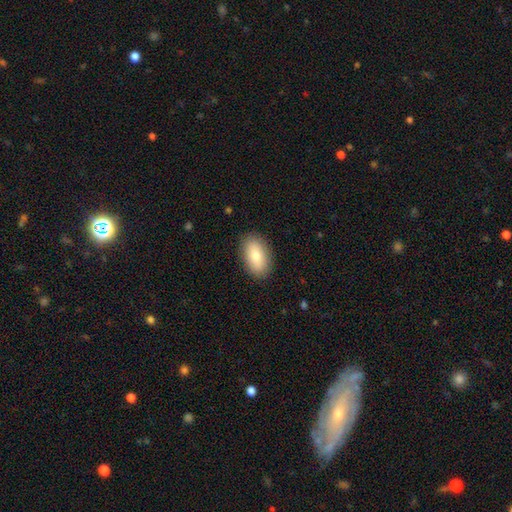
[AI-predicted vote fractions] smooth-or-featured: smooth: 76% | featured or disk: 17% | star or artifact: 7%
  how-rounded: in between: 92% | round: 6% | cigar-shaped: 2%
  merging: none: 89% | minor disturbance: 8% | major disturbance: 2% | merger: 1%